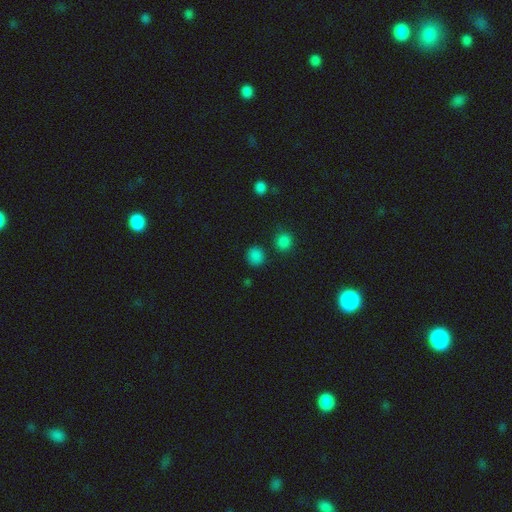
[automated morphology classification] Smooth or featured? smooth (81%)
How rounded? round (84%)
Merging? none (83%)